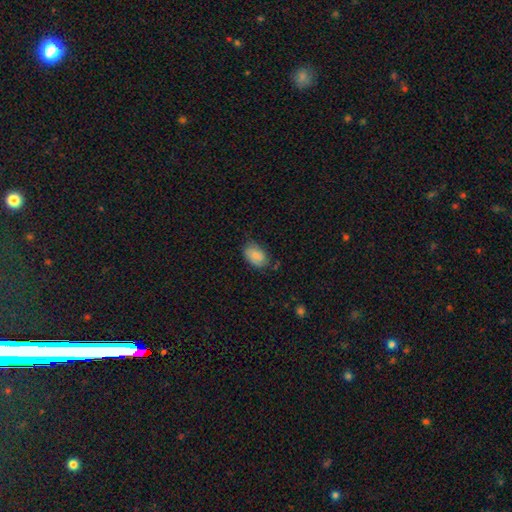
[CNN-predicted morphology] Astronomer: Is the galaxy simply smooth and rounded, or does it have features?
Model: smooth — 82%.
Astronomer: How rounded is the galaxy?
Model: in between — 90%.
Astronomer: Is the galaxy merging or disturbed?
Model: none — 68%.